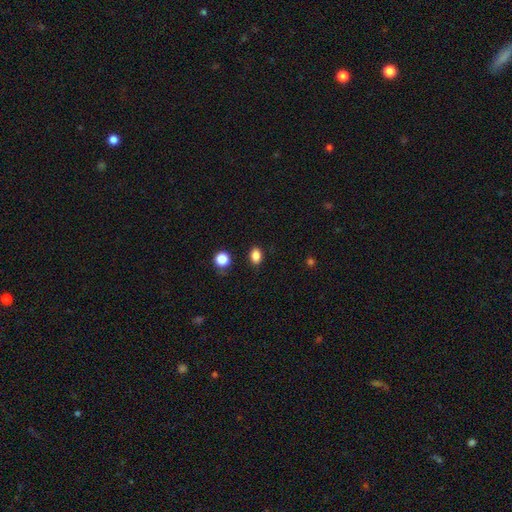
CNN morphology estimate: type=smooth (86%); roundness=in between (70%); merging=none (86%).